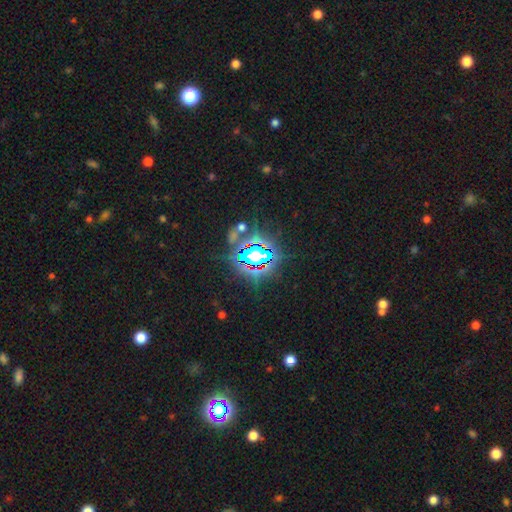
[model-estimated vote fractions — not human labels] Morphology: type=star or artifact (73%).